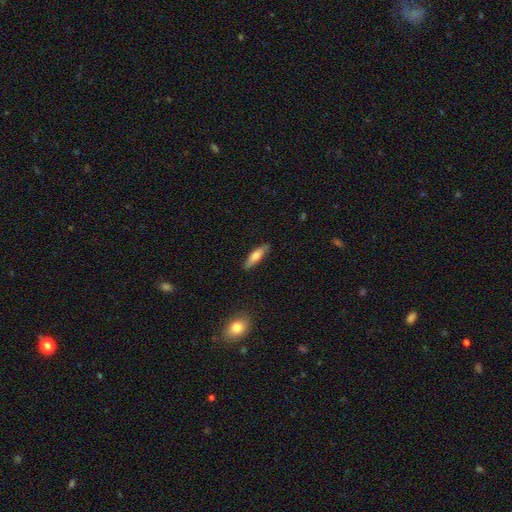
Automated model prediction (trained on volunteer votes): smooth 69%, featured or disk 25%, star or artifact 6%. Down the decision tree: how rounded — cigar-shaped (66%); merging — none (84%).